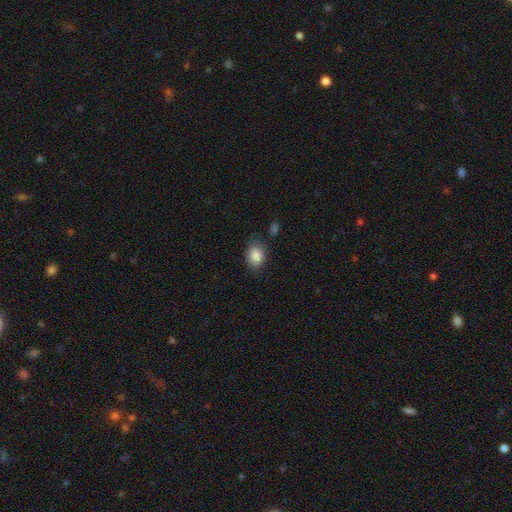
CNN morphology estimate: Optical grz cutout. It shows a smooth galaxy with no disk features (86%) that is in between round and cigar-shaped (69%). Merging: none (75%).